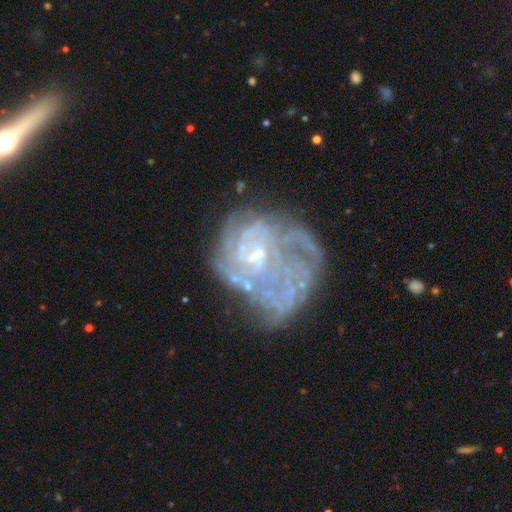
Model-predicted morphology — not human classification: featured or disk 80%, star or artifact 10%, smooth 9%. Down the decision tree: edge-on disk — no (98%); bar — no (59%); spiral arms — yes (79%); spiral arm count — can't tell (49%); spiral winding — tight (56%); bulge size — small (64%); merging — none (35%).